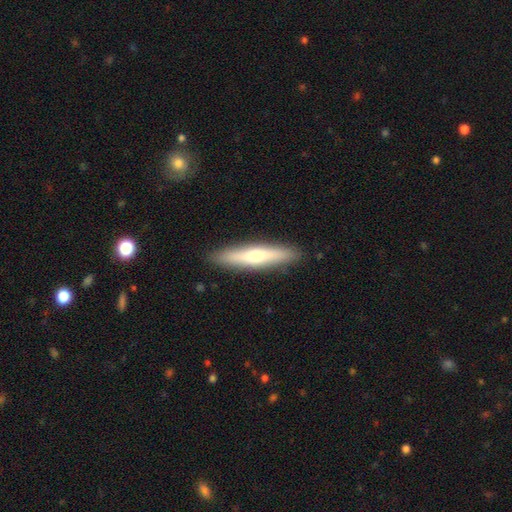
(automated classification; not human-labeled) Smooth or featured? Predicted: smooth (p=0.50). Merging? Predicted: none (p=0.91).